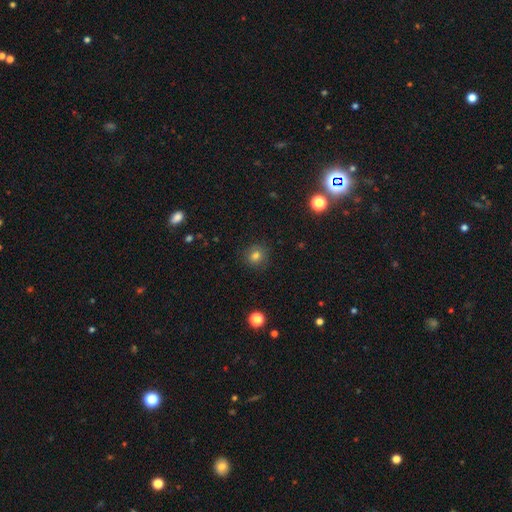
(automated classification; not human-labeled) This is likely a smooth galaxy (80%). How rounded: clearly round (86%). Merging: clearly none (88%).